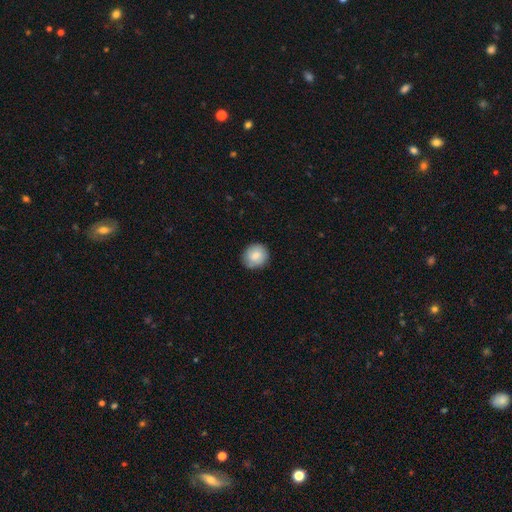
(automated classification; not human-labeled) smooth_or_featured: smooth (p=0.82) [alt: featured or disk p=0.10]
how_rounded: round (p=0.85) [alt: in between p=0.14]
merging: none (p=0.84) [alt: minor disturbance p=0.12]